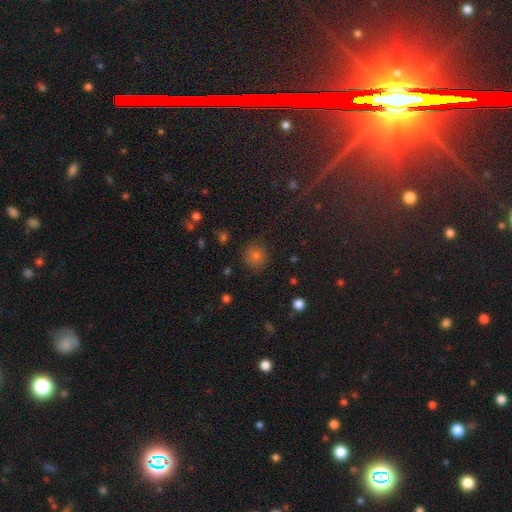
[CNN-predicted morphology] Smooth or featured? Predicted: smooth (p=0.69). How rounded? Predicted: round (p=0.93). Merging? Predicted: none (p=0.87).